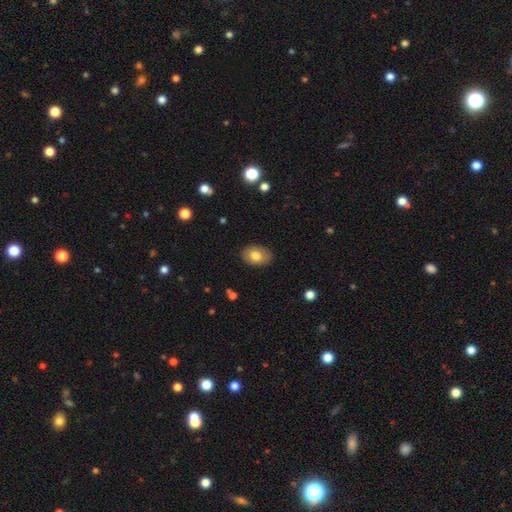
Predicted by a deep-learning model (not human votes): smooth 79%, featured or disk 14%, star or artifact 8%. Down the decision tree: how rounded — in between (80%); merging — none (87%).